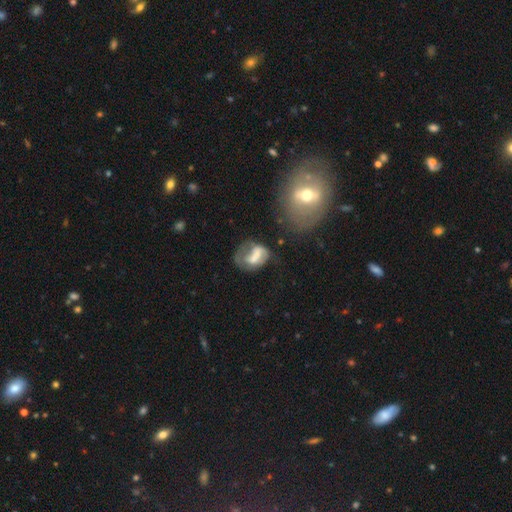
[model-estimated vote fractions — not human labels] A smooth galaxy with no disk features (45%).

Vote fractions:
- Smooth or featured? smooth: 45% / featured or disk: 44% / star or artifact: 10%
- Merging? major disturbance: 34% / none: 31% / minor disturbance: 23% / merger: 12%